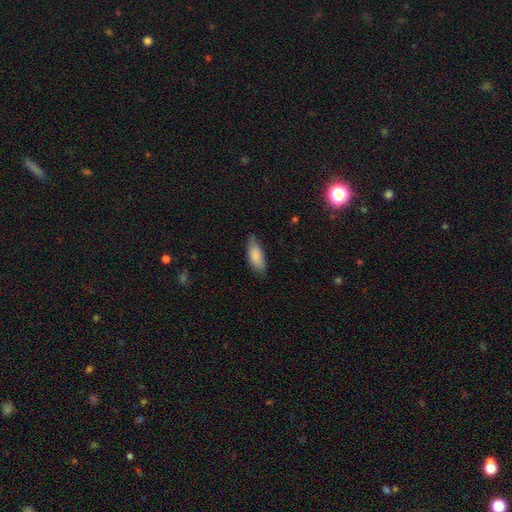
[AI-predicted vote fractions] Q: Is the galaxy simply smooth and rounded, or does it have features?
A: smooth — 85%.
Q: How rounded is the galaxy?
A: in between — 77%.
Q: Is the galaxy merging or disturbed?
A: none — 72%.